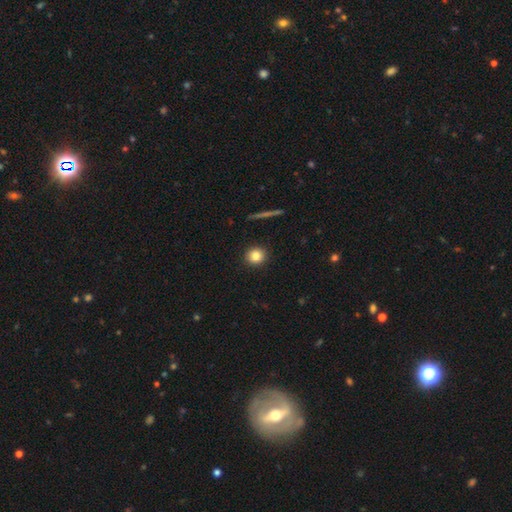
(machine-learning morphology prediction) smooth-or-featured: smooth: 83% | star or artifact: 10% | featured or disk: 8%
  how-rounded: round: 88% | in between: 11% | cigar-shaped: 1%
  merging: none: 91% | minor disturbance: 6% | major disturbance: 2% | merger: 1%